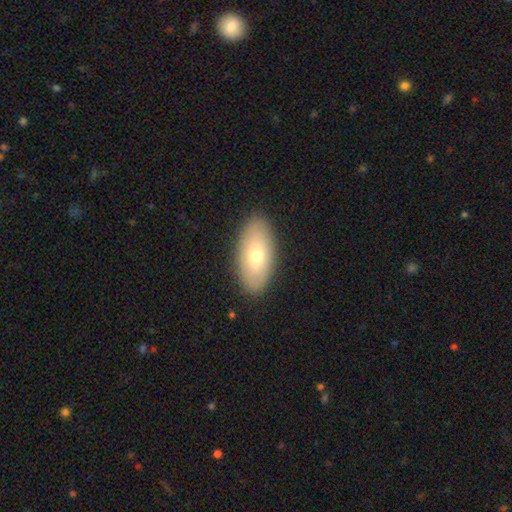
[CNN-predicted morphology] This is likely a smooth galaxy (67%). How rounded: clearly in between (91%). Merging: clearly none (90%).